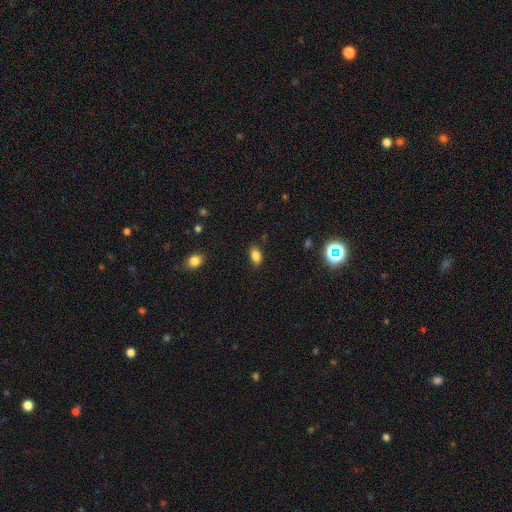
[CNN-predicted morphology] type=smooth (84%); roundness=in between (89%); merging=none (86%).